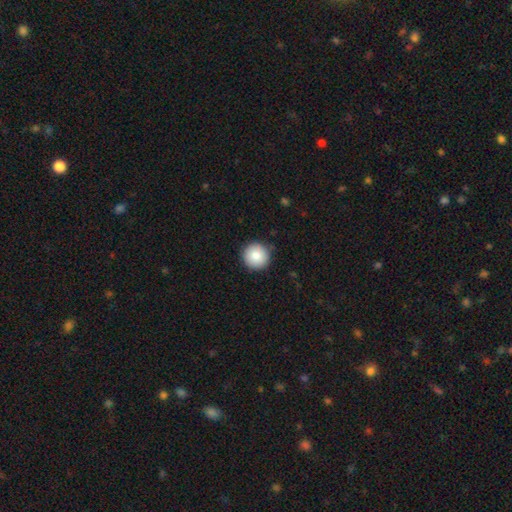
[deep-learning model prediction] smooth_or_featured: smooth (p=0.85) [alt: star or artifact p=0.08]
how_rounded: round (p=0.96) [alt: in between p=0.03]
merging: none (p=0.88) [alt: minor disturbance p=0.09]